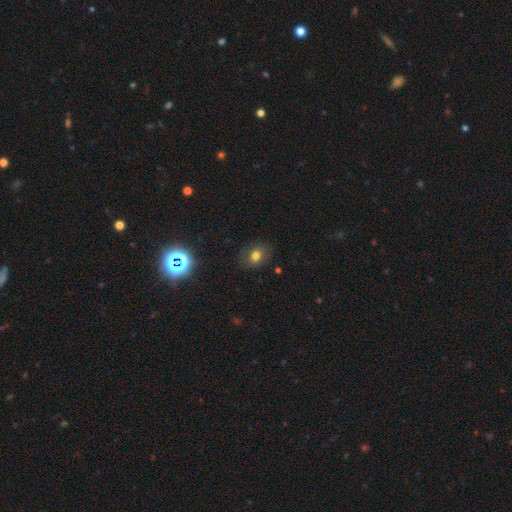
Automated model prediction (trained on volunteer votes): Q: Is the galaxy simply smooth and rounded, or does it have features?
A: smooth — 71%.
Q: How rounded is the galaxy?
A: round — 50%.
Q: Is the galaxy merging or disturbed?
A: none — 83%.